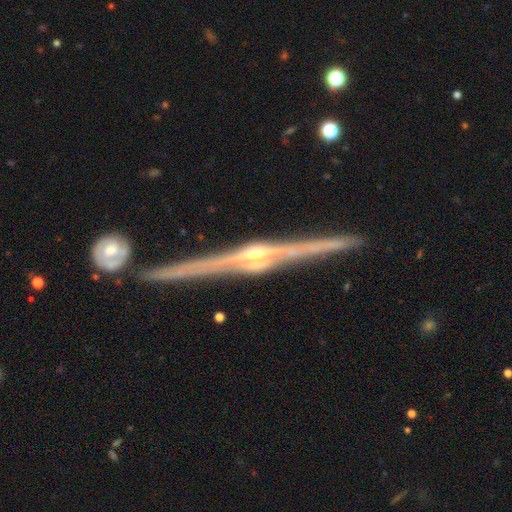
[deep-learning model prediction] Overall: featured or disk (90%). Edge-on disk: yes (98%). Edge-on bulge: rounded (86%). Merging: none (86%).